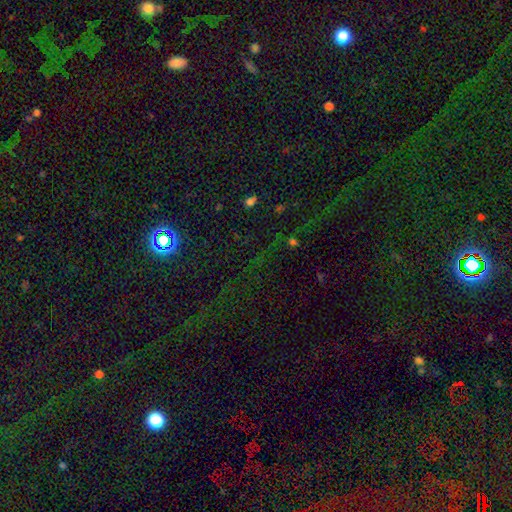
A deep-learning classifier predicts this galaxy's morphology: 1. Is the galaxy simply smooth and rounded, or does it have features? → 70% star or artifact, 20% smooth, 10% featured or disk.